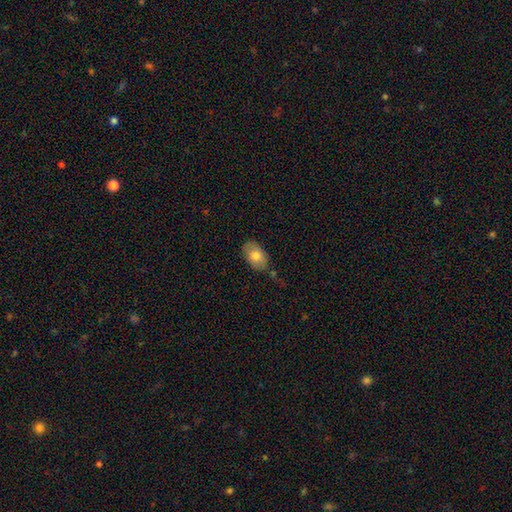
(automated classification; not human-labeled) Smooth or featured?
  - smooth: 77% *
  - featured or disk: 16%
  - star or artifact: 7%
How rounded?
  - in between: 90% *
  - round: 9%
  - cigar-shaped: 1%
Merging?
  - none: 74% *
  - minor disturbance: 18%
  - merger: 4%
  - major disturbance: 4%